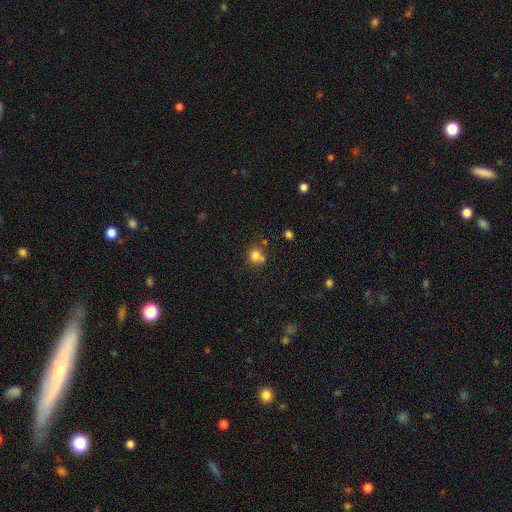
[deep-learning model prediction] smooth 78%, star or artifact 13%, featured or disk 9%. Down the decision tree: how rounded — round (82%); merging — none (56%).